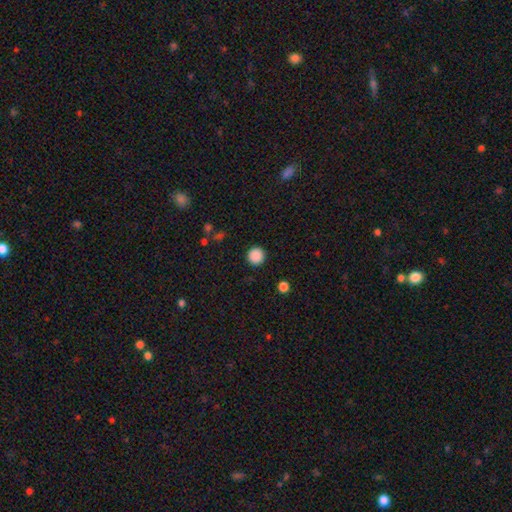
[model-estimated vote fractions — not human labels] smooth 88%, star or artifact 9%, featured or disk 2%. Down the decision tree: how rounded — round (95%); merging — none (92%).